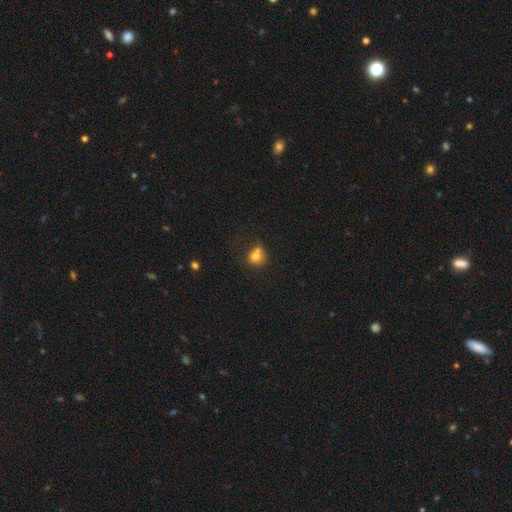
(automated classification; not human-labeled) smooth-or-featured: smooth: 73% | featured or disk: 14% | star or artifact: 12%
  how-rounded: round: 80% | in between: 19% | cigar-shaped: 1%
  merging: merger: 40% (tied) | none: 40% (tied) | minor disturbance: 13% | major disturbance: 7%